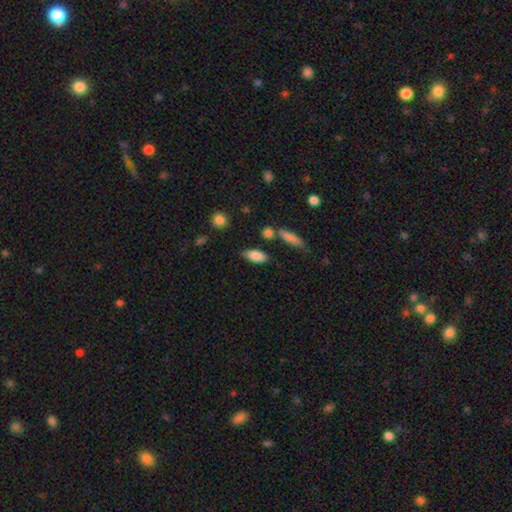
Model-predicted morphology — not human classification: The model was most divided on "merging": none: 78%, minor disturbance: 12%, merger: 6%, major disturbance: 3%. More confident: how rounded — in between (83%); smooth or featured — smooth (83%).